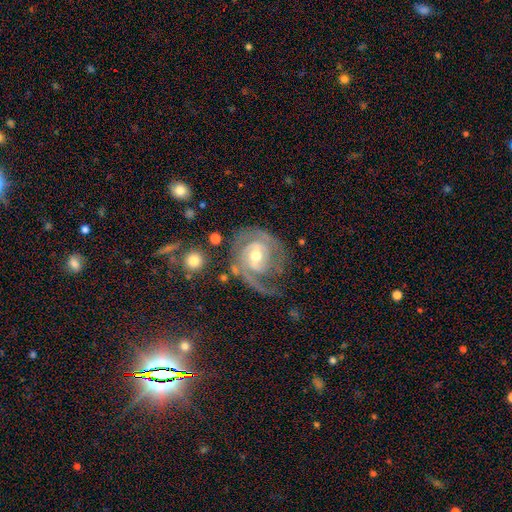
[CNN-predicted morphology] Overall: featured or disk (87%). Edge-on disk: no (97%). Bar: no (42%, tied with weak). Spiral arms: yes (94%). Spiral arm count: 2 (49%; 1 19%). Spiral winding: tight (54%; medium 35%). Bulge size: moderate (69%). Merging: none (54%; minor disturbance 21%).